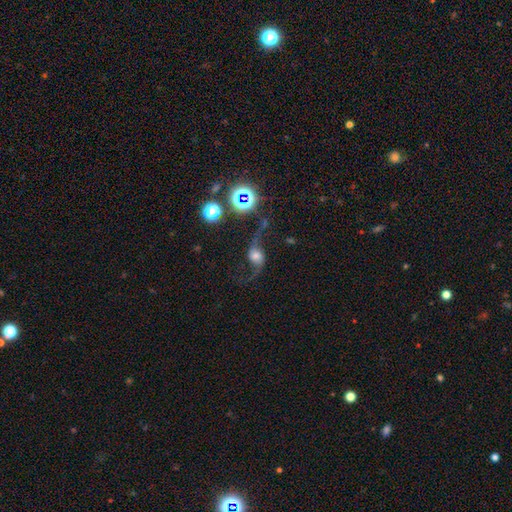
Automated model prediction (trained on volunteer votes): The model was most divided on "bulge size": moderate: 38%, large: 25%, small: 19%, dominant: 11%, none: 7%. More confident: edge-on disk — no (95%); spiral arms — yes (95%); spiral winding — loose (92%); spiral arm count — 2 (92%); smooth or featured — featured or disk (74%); merging — none (63%); bar — no (59%).